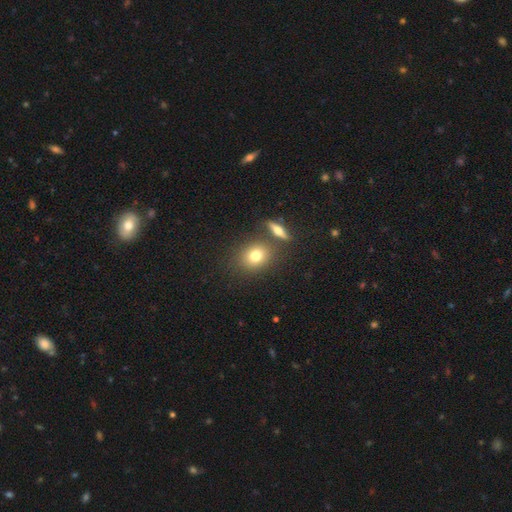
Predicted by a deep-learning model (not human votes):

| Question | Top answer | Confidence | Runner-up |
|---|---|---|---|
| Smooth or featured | smooth | 76% | featured or disk (14%) |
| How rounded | round | 64% | in between (33%) |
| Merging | none | 74% | merger (14%) |